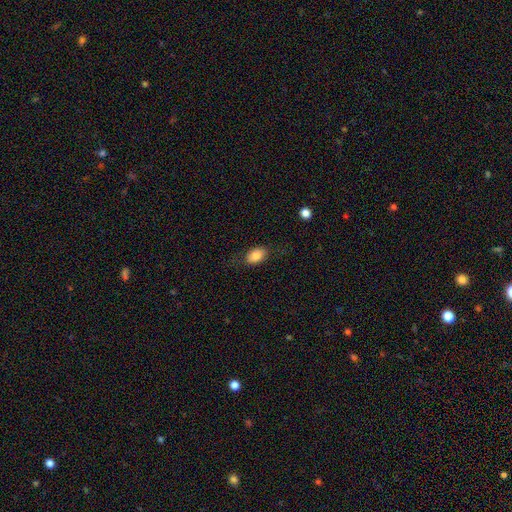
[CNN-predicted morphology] smooth_or_featured: smooth (p=0.84) [alt: featured or disk p=0.08]
how_rounded: in between (p=0.87) [alt: round p=0.11]
merging: none (p=0.79) [alt: minor disturbance p=0.15]